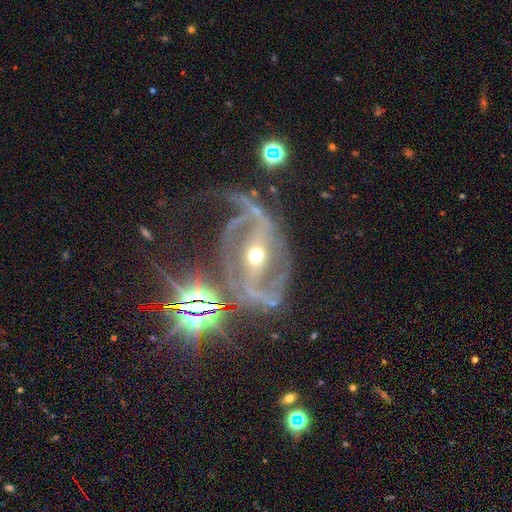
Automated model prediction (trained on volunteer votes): Smooth or featured? Predicted: featured or disk (p=0.86). Edge-on disk? Predicted: no (p=0.96). Bar? Predicted: strong (p=0.54). Spiral arms? Predicted: yes (p=0.87). Spiral winding? Predicted: medium (p=0.46). Spiral arm count? Predicted: 2 (p=0.85). Bulge size? Predicted: moderate (p=0.63). Merging? Predicted: none (p=0.53).